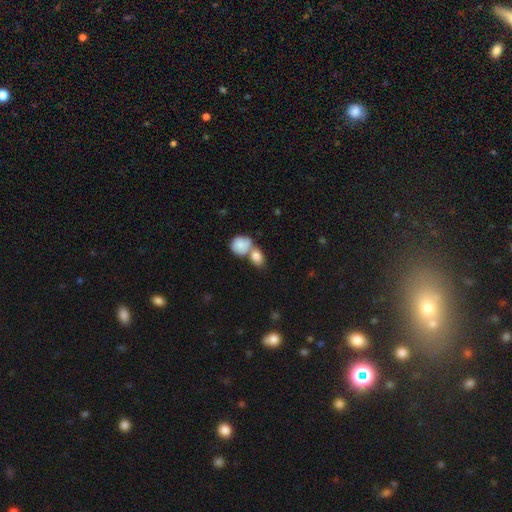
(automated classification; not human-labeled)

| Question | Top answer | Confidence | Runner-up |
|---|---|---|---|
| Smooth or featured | smooth | 82% | featured or disk (11%) |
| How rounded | in between | 57% | round (41%) |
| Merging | merger | 56% | none (32%) |